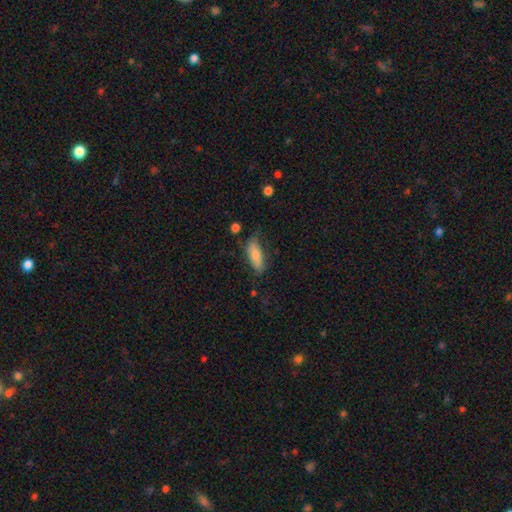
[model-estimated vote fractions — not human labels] smooth-or-featured: smooth: 73% | featured or disk: 20% | star or artifact: 6%
  how-rounded: in between: 66% | cigar-shaped: 32% | round: 2%
  merging: none: 62% | minor disturbance: 27% | major disturbance: 9% | merger: 3%